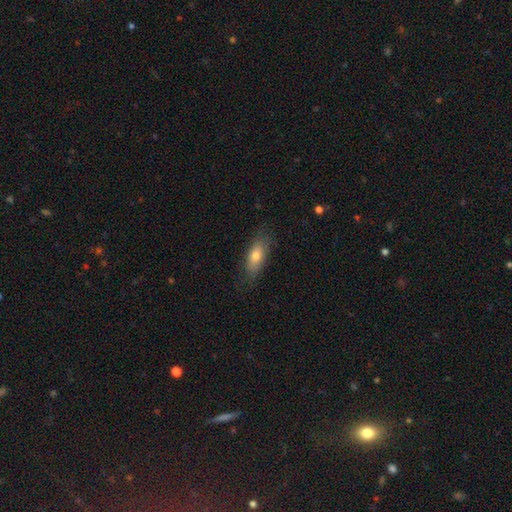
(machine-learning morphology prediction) smooth_or_featured: smooth (p=0.73) [alt: featured or disk p=0.21]
how_rounded: in between (p=0.79) [alt: cigar-shaped p=0.18]
merging: none (p=0.76) [alt: minor disturbance p=0.18]